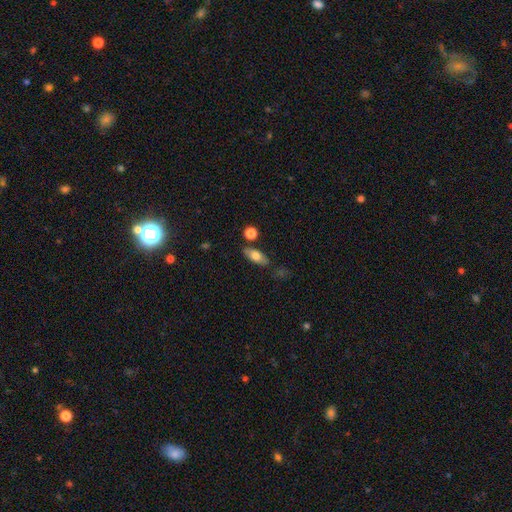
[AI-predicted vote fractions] Smooth or featured? Predicted: smooth (p=0.70). How rounded? Predicted: in between (p=0.78). Merging? Predicted: none (p=0.76).